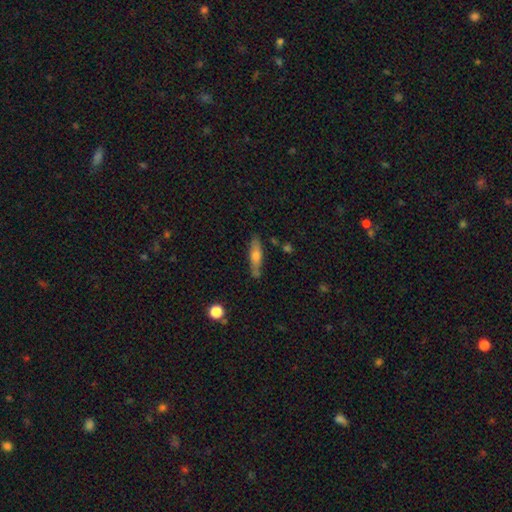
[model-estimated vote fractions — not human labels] A smooth galaxy with no disk features (51%) that is cigar-shaped (77%). Merging: none (81%).